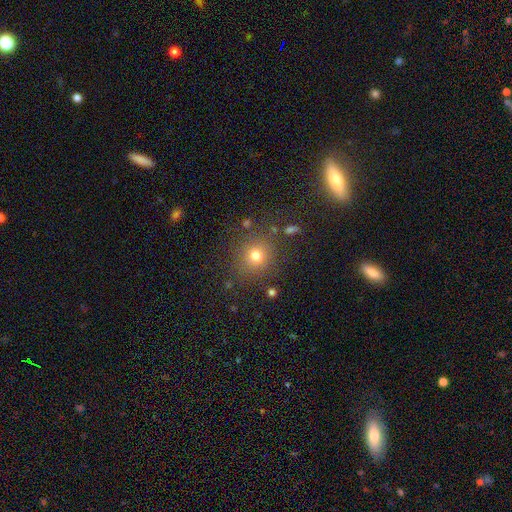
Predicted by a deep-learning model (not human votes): Q: Smooth or featured?
A: smooth (75%); runner-up: star or artifact (17%)
Q: How rounded?
A: round (90%); runner-up: in between (9%)
Q: Merging?
A: none (84%); runner-up: minor disturbance (9%)